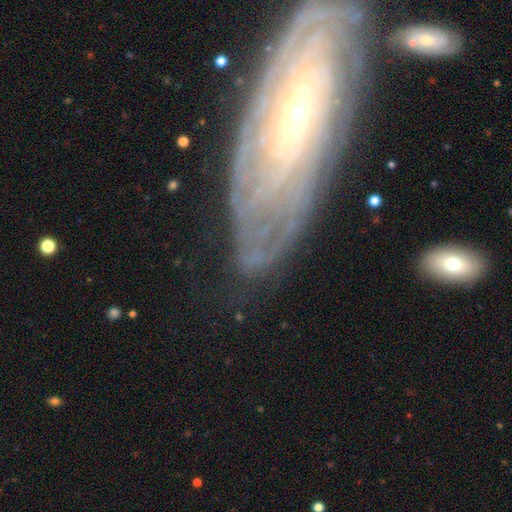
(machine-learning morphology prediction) Smooth or featured?
  - featured or disk: 55% *
  - star or artifact: 25%
  - smooth: 21%
Edge-on disk?
  - no: 86% *
  - yes: 14%
Merging?
  - none: 66% *
  - minor disturbance: 17%
  - major disturbance: 11%
  - merger: 6%